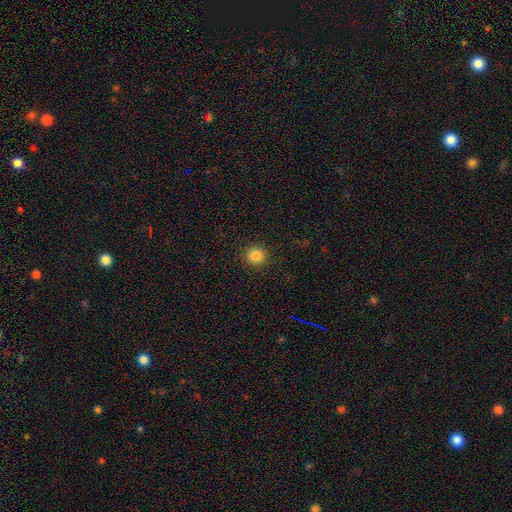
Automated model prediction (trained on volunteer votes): A smooth galaxy with no disk features (84%) that is round (92%). Merging: none (91%).